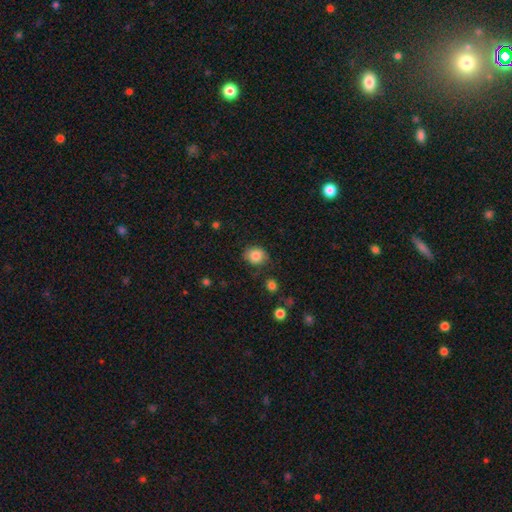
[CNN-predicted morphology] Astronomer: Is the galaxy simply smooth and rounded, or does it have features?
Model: smooth — 85%.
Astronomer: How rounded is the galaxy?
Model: round — 64%.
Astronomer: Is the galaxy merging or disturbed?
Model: none — 79%.